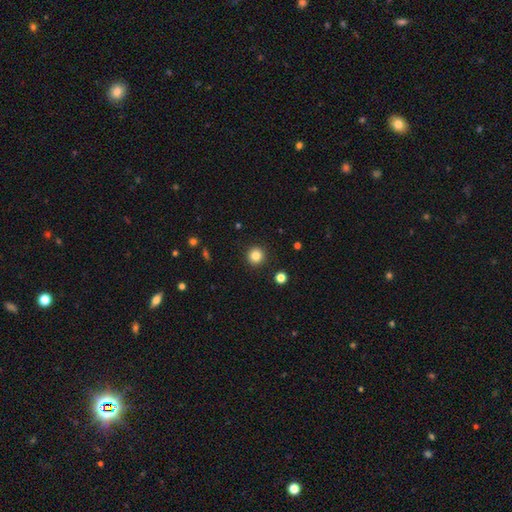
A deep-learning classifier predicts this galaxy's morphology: smooth 84%, star or artifact 11%, featured or disk 5%. Down the decision tree: how rounded — round (95%); merging — none (92%).